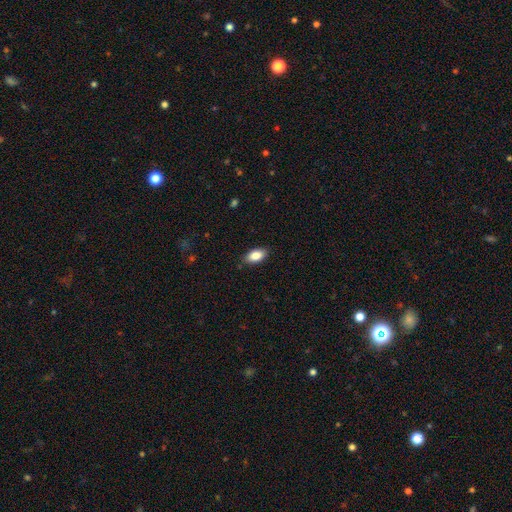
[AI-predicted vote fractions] This appears to be a smooth galaxy with no disk features (86%) that is in between round and cigar-shaped (92%). Merging: none (86%).